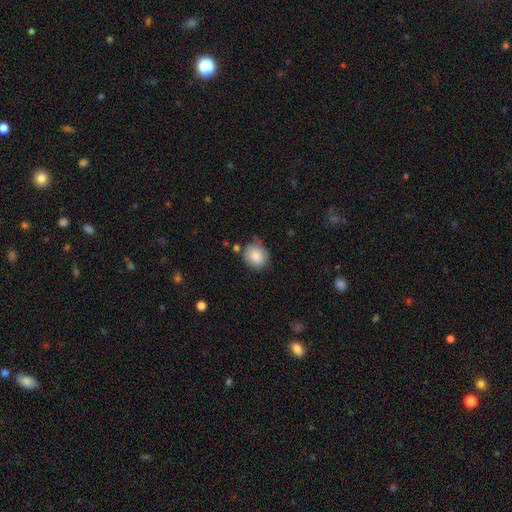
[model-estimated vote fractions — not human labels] Smooth or featured: smooth — 85% (star or artifact — 7%)
How rounded: round — 75% (in between — 24%)
Merging: none — 68% (minor disturbance — 22%)